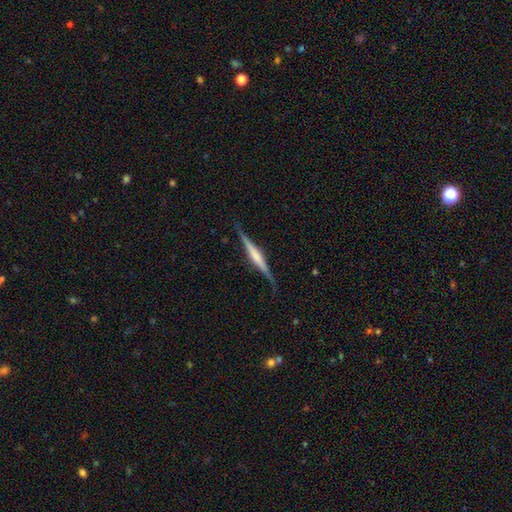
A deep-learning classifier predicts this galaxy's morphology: Smooth or featured: featured or disk — 71% (smooth — 24%)
Edge-on disk: yes — 97% (no — 3%)
Edge-on bulge: rounded — 39% (boxy — 34%)
Merging: none — 83% (minor disturbance — 13%)